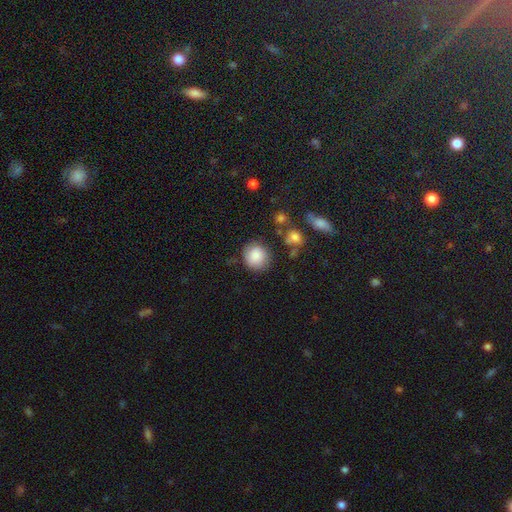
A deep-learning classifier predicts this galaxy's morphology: This appears to be a smooth galaxy with no disk features (86%) that is round (88%). Merging: none (81%).